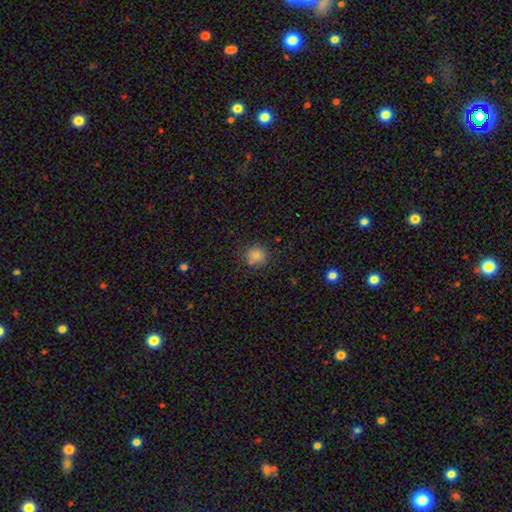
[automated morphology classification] This is clearly a smooth galaxy (84%). How rounded: clearly round (87%). Merging: clearly none (81%).